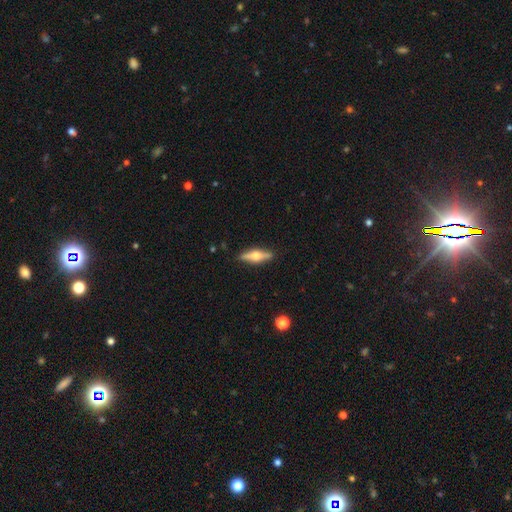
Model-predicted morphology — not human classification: type=featured or disk (66%); edge-on=yes (96%); edge-on bulge=rounded (94%); merging=none (89%).